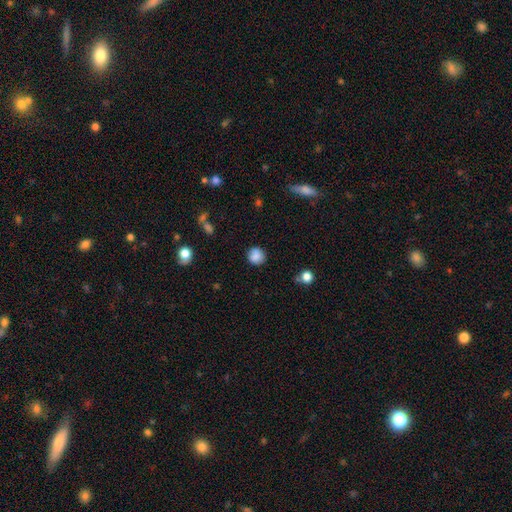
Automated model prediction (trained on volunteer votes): Smooth or featured? Predicted: smooth (p=0.83). How rounded? Predicted: round (p=0.89). Merging? Predicted: none (p=0.84).